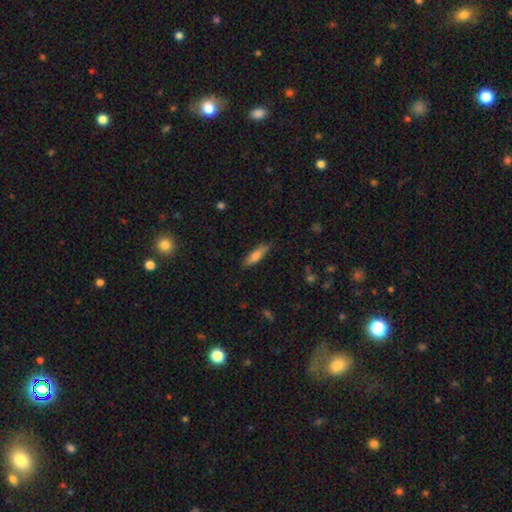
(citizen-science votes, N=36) smooth-or-featured: smooth: 50% | featured or disk: 47% | star or artifact: 3%
  how-rounded: cigar-shaped: 89% | in between: 11% | round: 0%
  merging: none: 89% | minor disturbance: 6% | major disturbance: 3% | merger: 3%